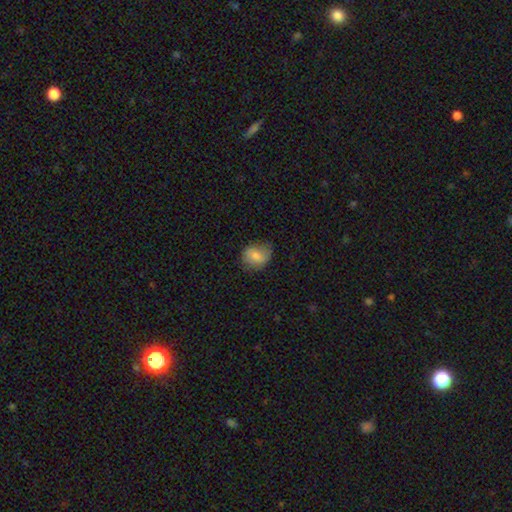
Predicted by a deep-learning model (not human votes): This appears to be a smooth galaxy with no disk features (74%) that is round (56%). Merging: none (66%).